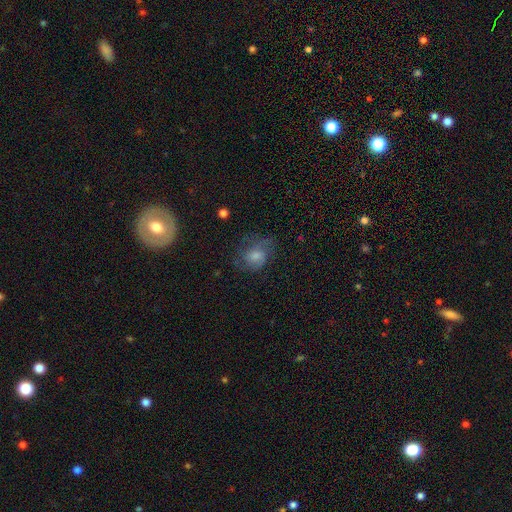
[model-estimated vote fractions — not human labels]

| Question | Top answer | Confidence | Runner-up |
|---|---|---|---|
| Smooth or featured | featured or disk | 47% | smooth (39%) |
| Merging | none | 58% | minor disturbance (23%) |